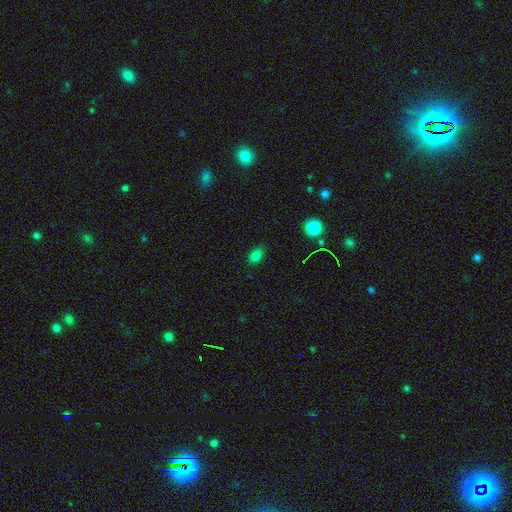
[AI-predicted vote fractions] smooth 80%, star or artifact 15%, featured or disk 5%. Down the decision tree: how rounded — in between (82%); merging — none (80%).